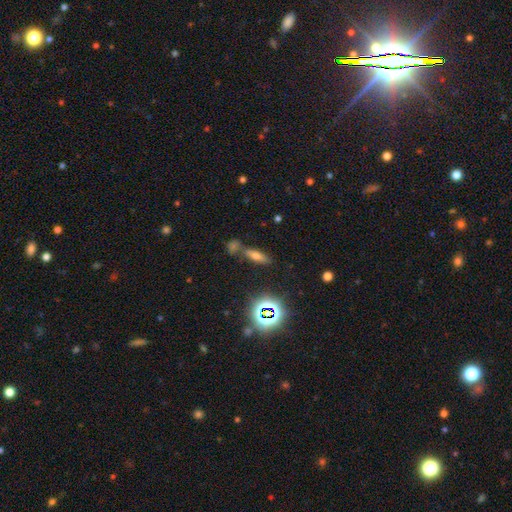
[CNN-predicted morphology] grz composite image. It shows a smooth galaxy with no disk features (50%). Merging: none (65%).